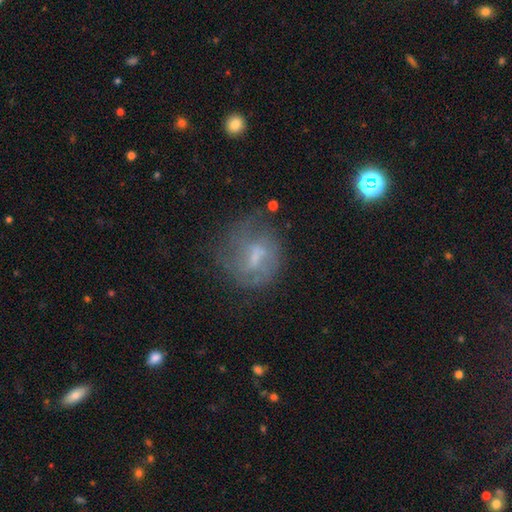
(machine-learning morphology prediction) This is possibly a featured or disk galaxy (55%). It is clearly not viewed edge-on (96%). Bar: possibly weak (54%). Spiral arm pattern: likely yes (63%). Central bulge: marginally small (45%). Merging: possibly none (57%).